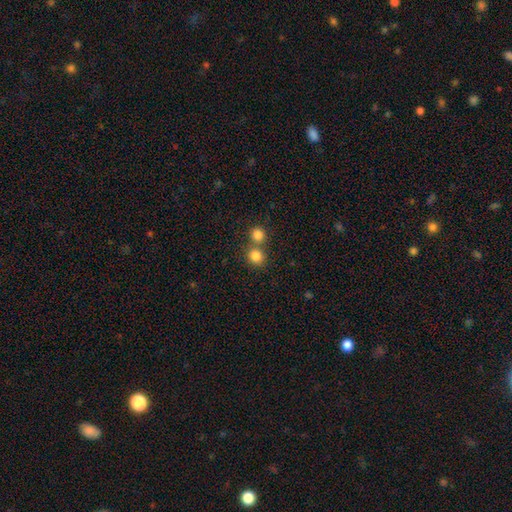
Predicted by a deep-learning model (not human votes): smooth_or_featured: smooth (p=0.82) [alt: star or artifact p=0.12]
how_rounded: round (p=0.87) [alt: in between p=0.12]
merging: none (p=0.56) [alt: merger p=0.35]